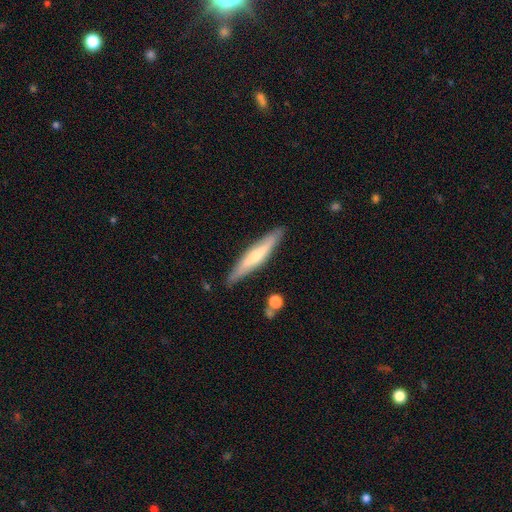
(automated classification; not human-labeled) Q: Smooth or featured?
A: featured or disk (52%); runner-up: smooth (42%)
Q: Edge-on disk?
A: yes (88%); runner-up: no (12%)
Q: Merging?
A: none (86%); runner-up: minor disturbance (10%)